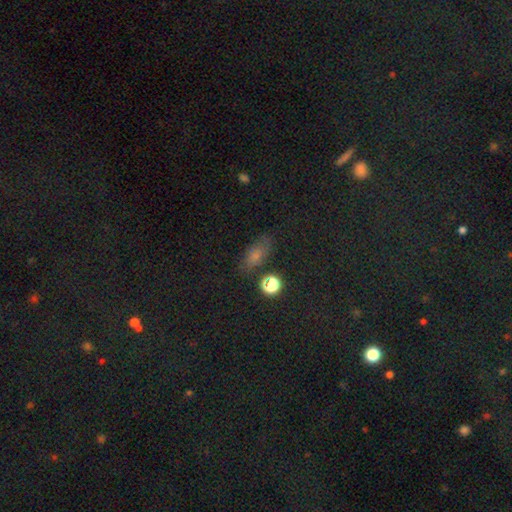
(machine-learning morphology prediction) Smooth or featured?
  - smooth: 68% *
  - star or artifact: 19%
  - featured or disk: 13%
How rounded?
  - in between: 75% *
  - cigar-shaped: 13%
  - round: 12%
Merging?
  - none: 72% *
  - minor disturbance: 18%
  - major disturbance: 6%
  - merger: 4%